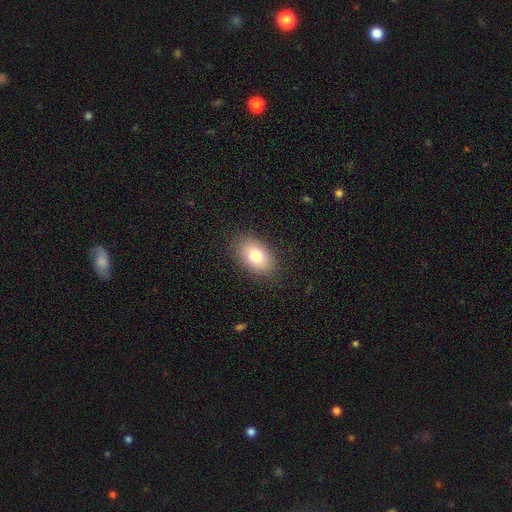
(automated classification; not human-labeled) Smooth or featured: smooth — 79% (featured or disk — 12%)
How rounded: in between — 89% (round — 10%)
Merging: none — 86% (minor disturbance — 10%)